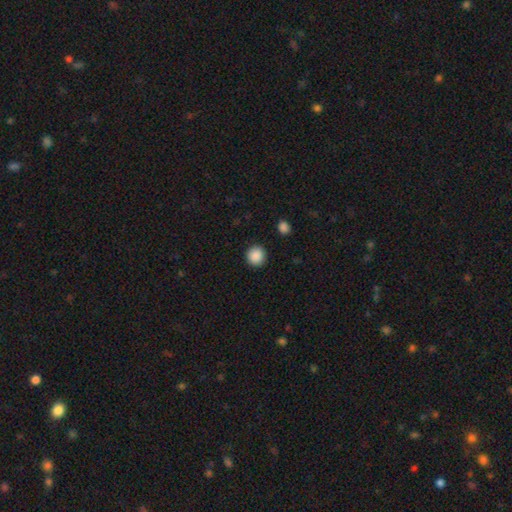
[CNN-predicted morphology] This is clearly a smooth galaxy (89%). How rounded: clearly round (93%). Merging: clearly none (92%).